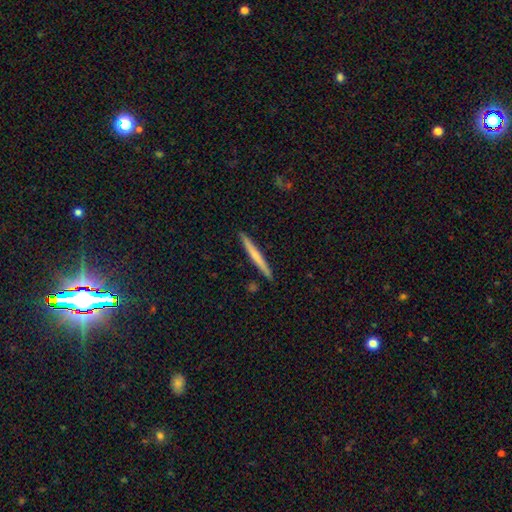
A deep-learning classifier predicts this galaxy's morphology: Smooth or featured? smooth (56%)
How rounded? cigar-shaped (97%)
Merging? none (91%)